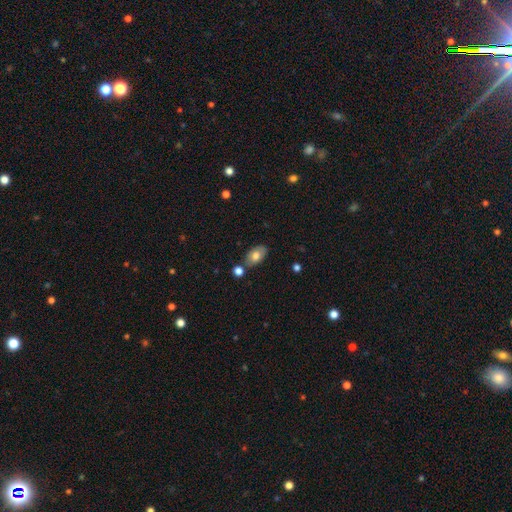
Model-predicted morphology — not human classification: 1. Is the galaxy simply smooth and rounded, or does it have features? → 72% smooth, 21% featured or disk, 7% star or artifact.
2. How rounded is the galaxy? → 90% in between, 8% round, 2% cigar-shaped.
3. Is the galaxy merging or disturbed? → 72% none, 14% minor disturbance, 10% merger, 3% major disturbance.